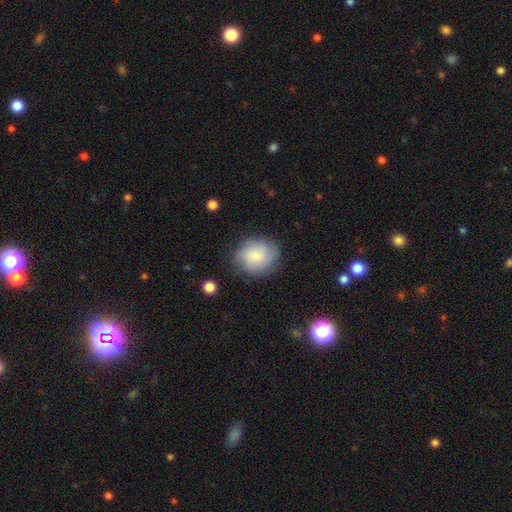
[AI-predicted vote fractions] This is likely a smooth galaxy (77%). How rounded: likely round (68%). Merging: likely none (75%).